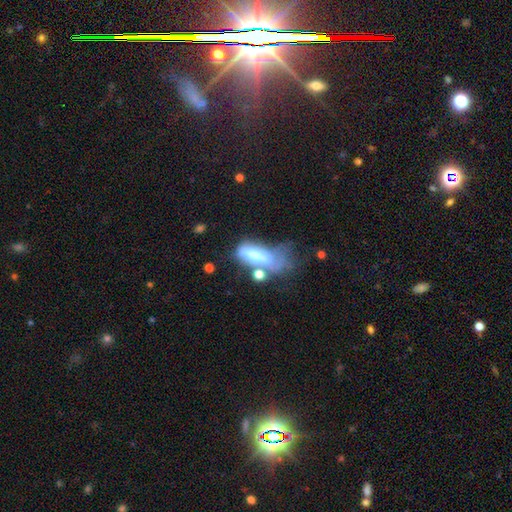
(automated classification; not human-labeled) A smooth galaxy with no disk features (49%). Merging: major disturbance (37%).